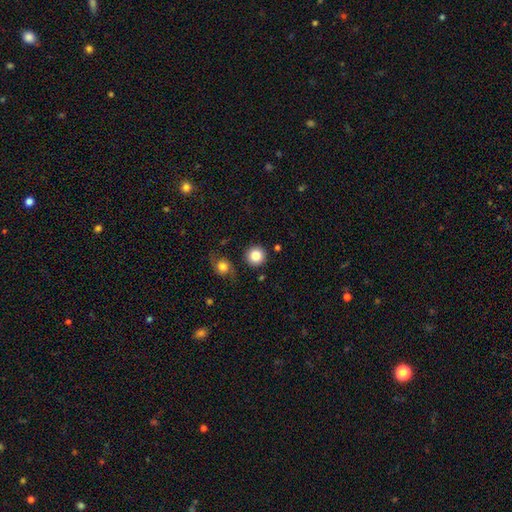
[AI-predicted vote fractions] smooth_or_featured: smooth (p=0.85) [alt: star or artifact p=0.09]
how_rounded: round (p=0.95) [alt: in between p=0.04]
merging: none (p=0.86) [alt: minor disturbance p=0.07]